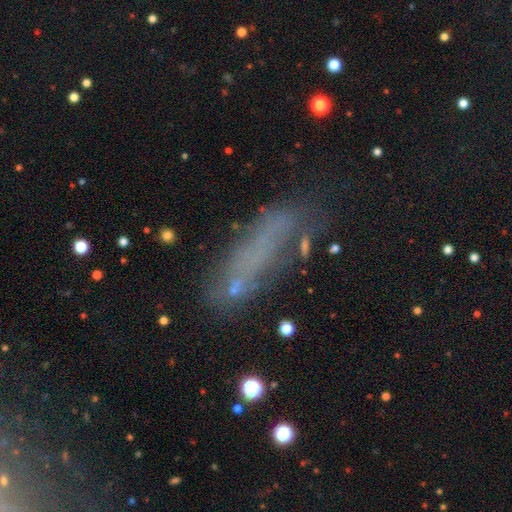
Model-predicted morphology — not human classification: Overall: smooth (48%; featured or disk 29%). Merging: none (62%).